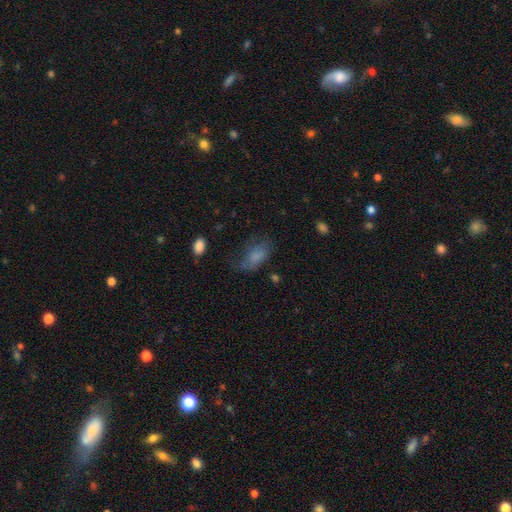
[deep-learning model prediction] Q: Smooth or featured?
A: smooth (73%); runner-up: featured or disk (16%)
Q: How rounded?
A: in between (88%); runner-up: round (8%)
Q: Merging?
A: none (44%); runner-up: minor disturbance (29%)